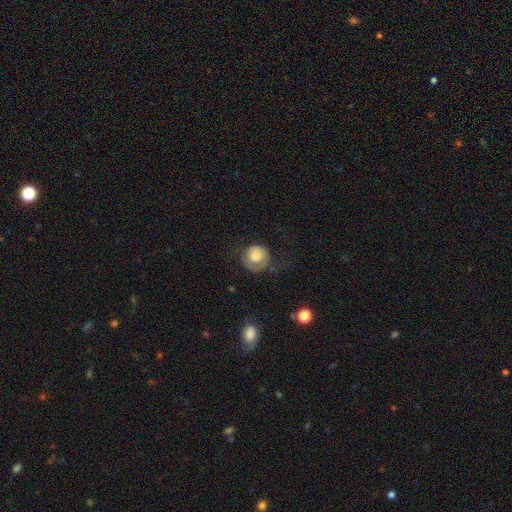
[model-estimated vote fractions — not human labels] Q: Smooth or featured?
A: smooth (59%); runner-up: featured or disk (34%)
Q: How rounded?
A: round (87%); runner-up: in between (12%)
Q: Merging?
A: none (49%); runner-up: major disturbance (25%)